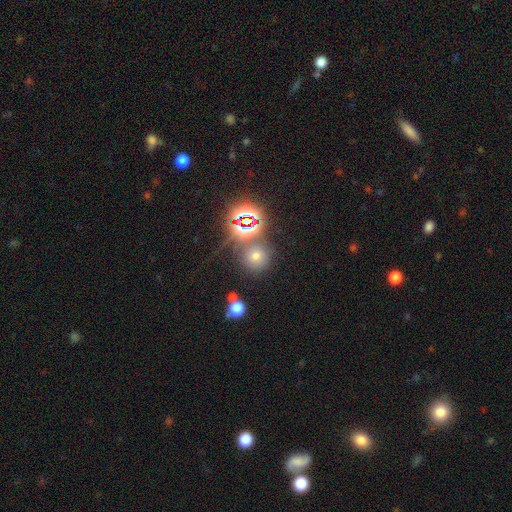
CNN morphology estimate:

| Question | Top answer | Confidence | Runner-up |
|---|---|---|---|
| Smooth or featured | smooth | 52% | star or artifact (37%) |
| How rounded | round | 89% | in between (10%) |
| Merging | none | 72% | merger (12%) |